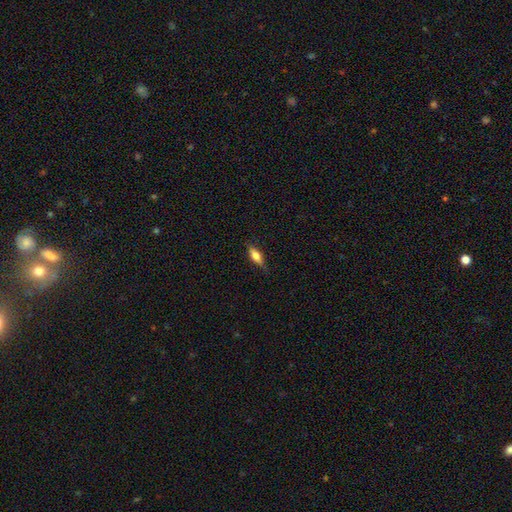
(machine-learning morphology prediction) A smooth galaxy with no disk features (57%) that is in between round and cigar-shaped (56%). Merging: none (79%).